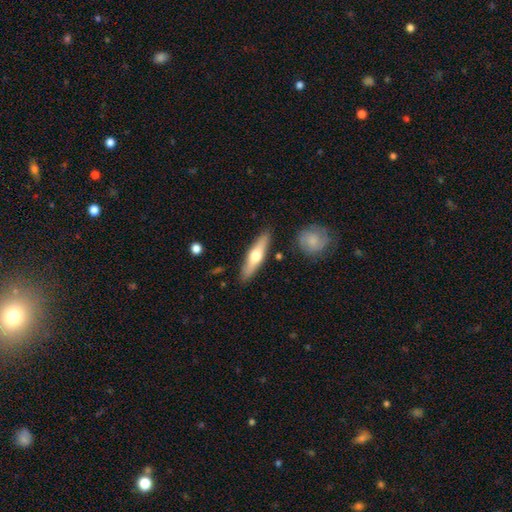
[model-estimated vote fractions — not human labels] Morphology: type=smooth (49%); merging=none (86%).